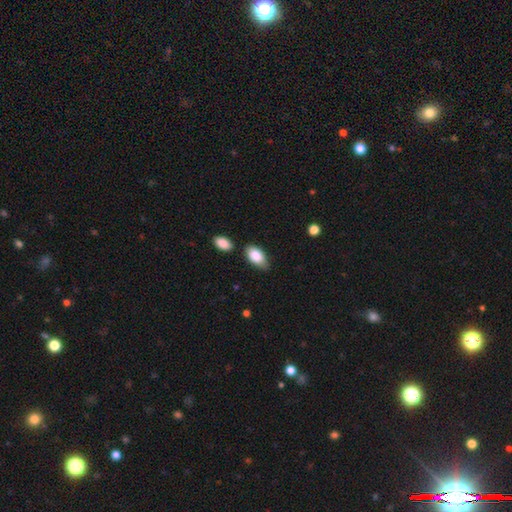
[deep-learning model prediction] Overall: smooth (86%). How rounded: in between (94%). Merging: none (67%).